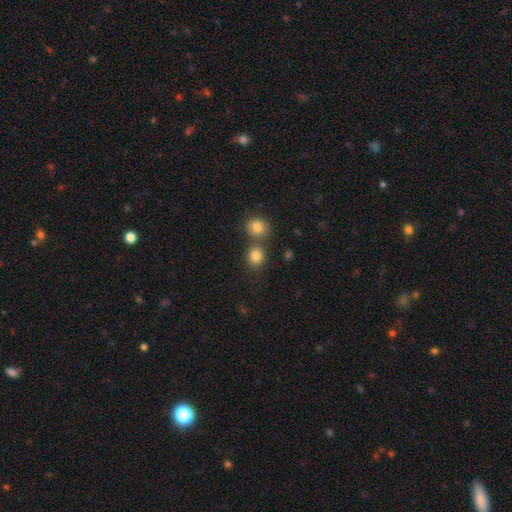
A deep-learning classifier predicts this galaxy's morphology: Q: Smooth or featured?
A: smooth (83%); runner-up: star or artifact (11%)
Q: How rounded?
A: round (73%); runner-up: in between (26%)
Q: Merging?
A: none (60%); runner-up: merger (29%)